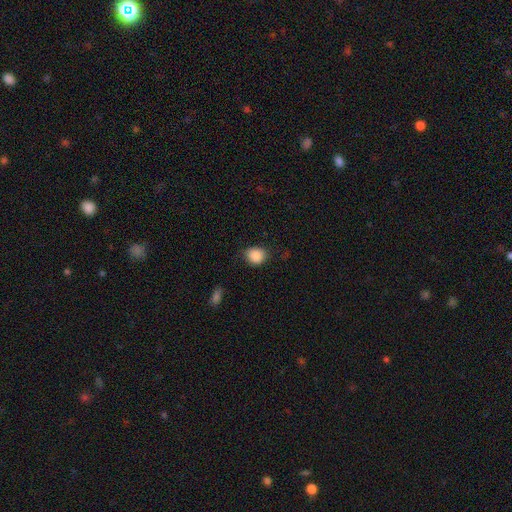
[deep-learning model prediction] smooth 87%, star or artifact 8%, featured or disk 4%. Down the decision tree: how rounded — round (64%); merging — none (75%).